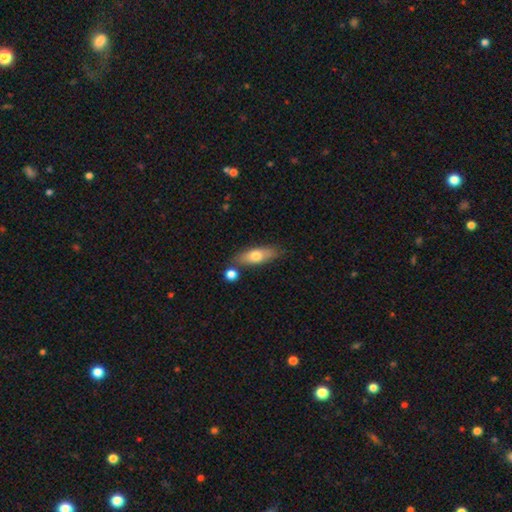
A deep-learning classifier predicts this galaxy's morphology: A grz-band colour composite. It shows a smooth galaxy with no disk features (68%) that is in between round and cigar-shaped (56%). Merging: none (73%).